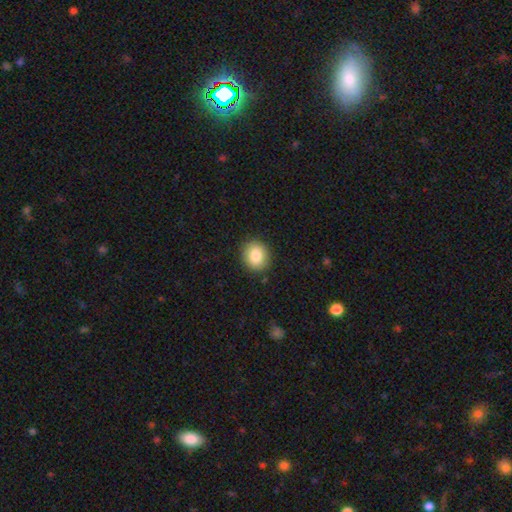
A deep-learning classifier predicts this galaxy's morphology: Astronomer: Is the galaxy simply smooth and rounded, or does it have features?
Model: smooth — 84%.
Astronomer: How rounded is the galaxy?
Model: round — 74%.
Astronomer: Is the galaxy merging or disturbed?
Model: none — 89%.